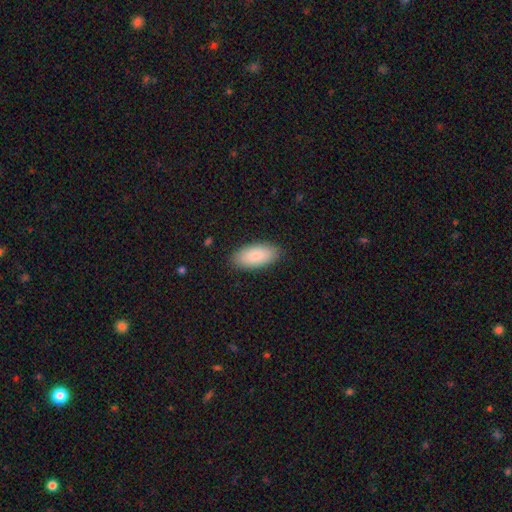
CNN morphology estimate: smooth-or-featured: smooth: 83% | featured or disk: 10% | star or artifact: 6%
  how-rounded: in between: 92% | cigar-shaped: 6% | round: 2%
  merging: none: 87% | minor disturbance: 9% | major disturbance: 2% | merger: 1%